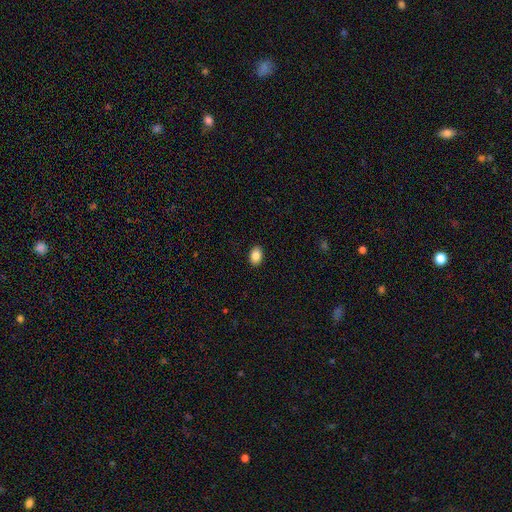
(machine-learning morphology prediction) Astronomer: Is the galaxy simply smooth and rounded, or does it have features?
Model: smooth — 86%.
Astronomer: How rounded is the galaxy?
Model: in between — 81%.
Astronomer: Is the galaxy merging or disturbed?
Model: none — 91%.